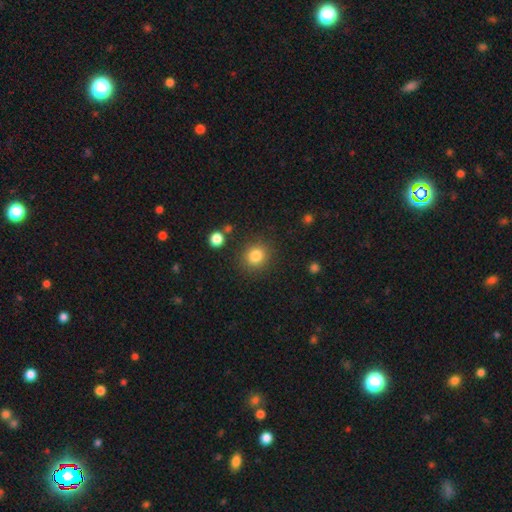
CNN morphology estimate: smooth-or-featured: smooth: 83% | star or artifact: 11% | featured or disk: 6%
  how-rounded: round: 87% | in between: 13% | cigar-shaped: 1%
  merging: none: 86% | minor disturbance: 8% | major disturbance: 3% | merger: 3%